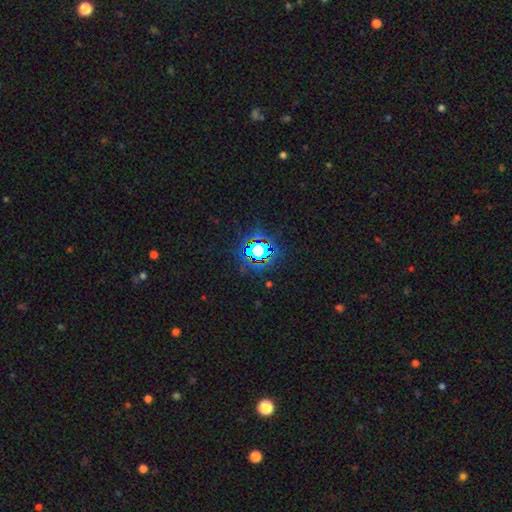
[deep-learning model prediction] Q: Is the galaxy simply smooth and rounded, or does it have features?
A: star or artifact — 74%.